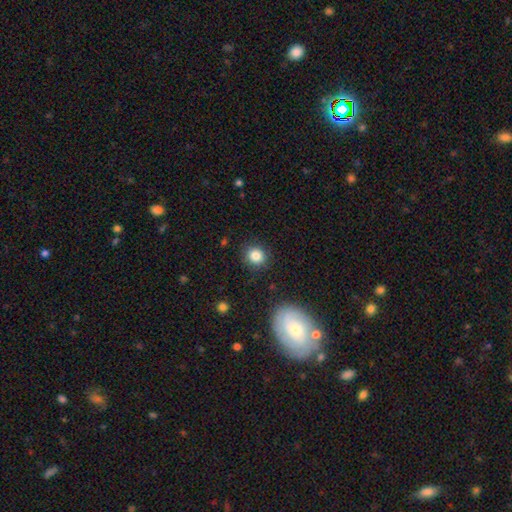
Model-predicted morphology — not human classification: A smooth galaxy with no disk features (85%) that is round (85%). Merging: none (87%).